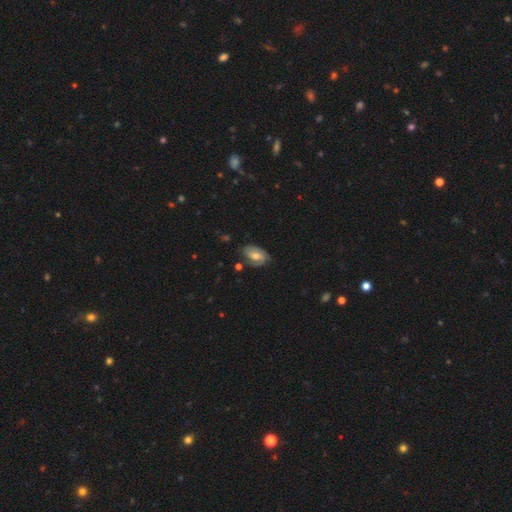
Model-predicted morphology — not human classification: Q: Smooth or featured?
A: featured or disk (57%); runner-up: smooth (36%)
Q: Edge-on disk?
A: no (95%); runner-up: yes (5%)
Q: Bar?
A: no (47%); runner-up: weak (41%)
Q: Spiral arms?
A: yes (82%); runner-up: no (18%)
Q: Bulge size?
A: moderate (67%); runner-up: small (25%)
Q: Merging?
A: none (67%); runner-up: minor disturbance (23%)